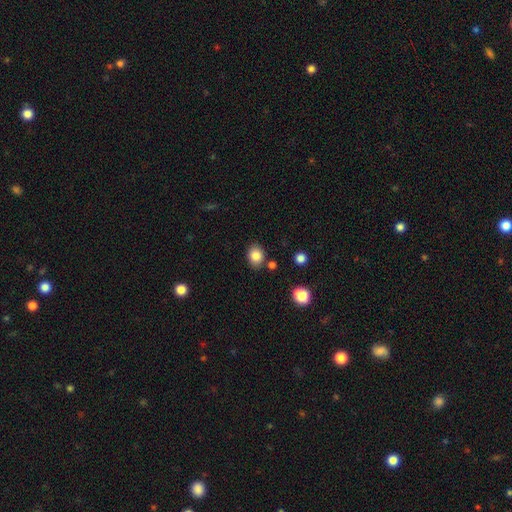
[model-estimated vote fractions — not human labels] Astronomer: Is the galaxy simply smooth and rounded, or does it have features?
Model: smooth — 85%.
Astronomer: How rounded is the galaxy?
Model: in between — 55% (runner-up: round, 44%).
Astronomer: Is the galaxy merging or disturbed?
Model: none — 80%.